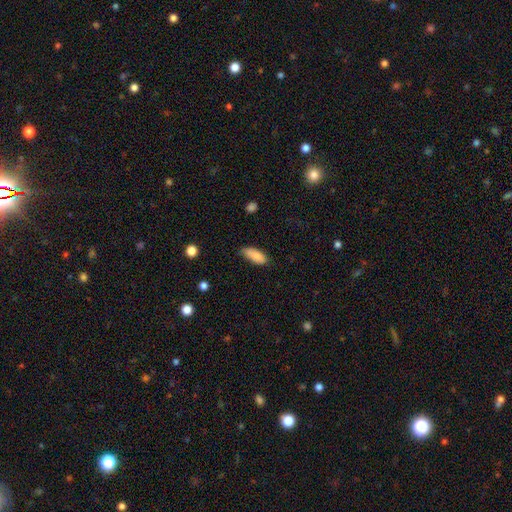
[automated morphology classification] Smooth or featured? Predicted: smooth (p=0.86). How rounded? Predicted: in between (p=0.77). Merging? Predicted: none (p=0.69).